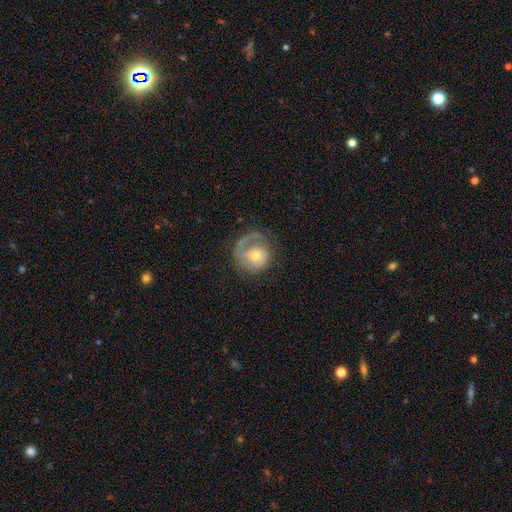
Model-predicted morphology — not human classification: smooth_or_featured: featured or disk (p=0.61) [alt: smooth p=0.31]
disk_edge_on: no (p=0.97) [alt: yes p=0.03]
bar: no (p=0.76) [alt: weak p=0.20]
has_spiral_arms: yes (p=0.78) [alt: no p=0.22]
bulge_size: moderate (p=0.51) [alt: small p=0.43]
merging: none (p=0.49) [alt: major disturbance p=0.28]